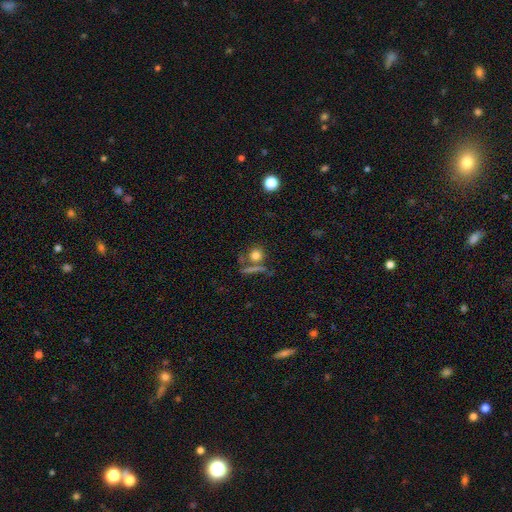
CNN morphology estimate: A smooth galaxy with no disk features (76%) that is round (85%).

Vote fractions:
- Smooth or featured? smooth: 76% / star or artifact: 13% / featured or disk: 11%
- How rounded? round: 85% / in between: 11% / cigar-shaped: 4%
- Merging? none: 65% / merger: 19% / minor disturbance: 10% / major disturbance: 6%